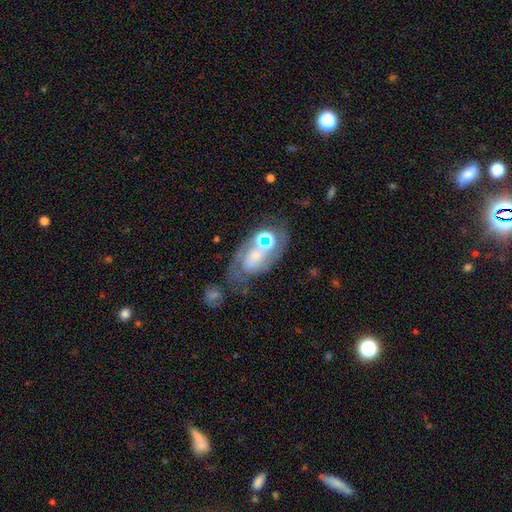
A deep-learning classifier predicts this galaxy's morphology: This is possibly a featured or disk galaxy (57%). It is clearly not viewed edge-on (95%). Bar: likely no (71%). Spiral arm pattern: likely yes (68%). Central bulge: possibly small (50%). Merging: marginally none (40%).